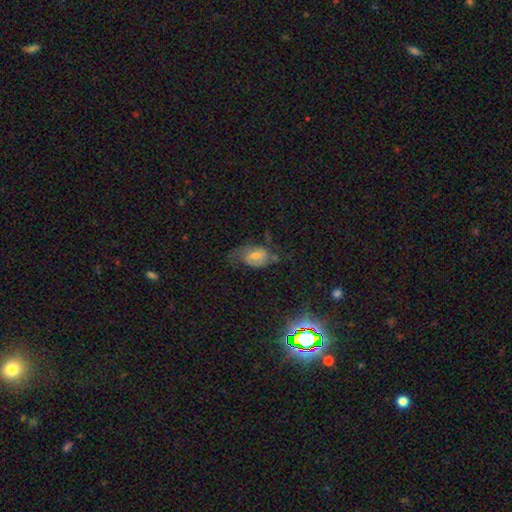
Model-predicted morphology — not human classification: A featured or disk galaxy (52%).

Vote fractions:
- Smooth or featured? featured or disk: 52% / smooth: 37% / star or artifact: 11%
- Edge-on disk? no: 95% / yes: 5%
- Merging? none: 42% / major disturbance: 28% / minor disturbance: 27% / merger: 4%